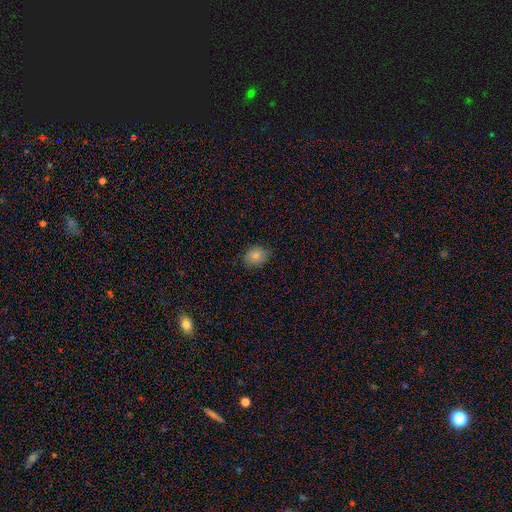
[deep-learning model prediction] This is clearly a smooth galaxy (84%). How rounded: possibly round (51%). Merging: clearly none (82%).